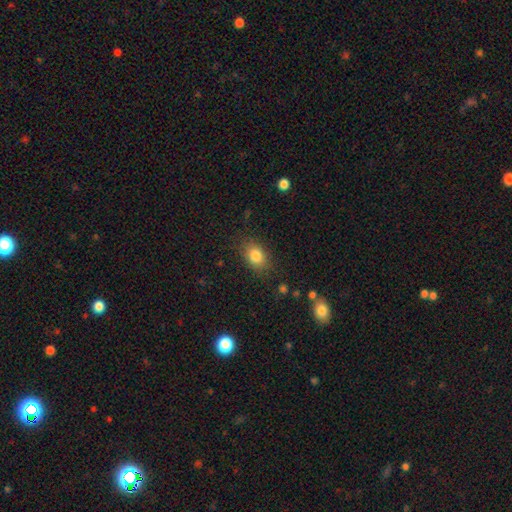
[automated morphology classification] smooth_or_featured: smooth (p=0.83) [alt: star or artifact p=0.09]
how_rounded: in between (p=0.75) [alt: round p=0.24]
merging: none (p=0.81) [alt: minor disturbance p=0.14]